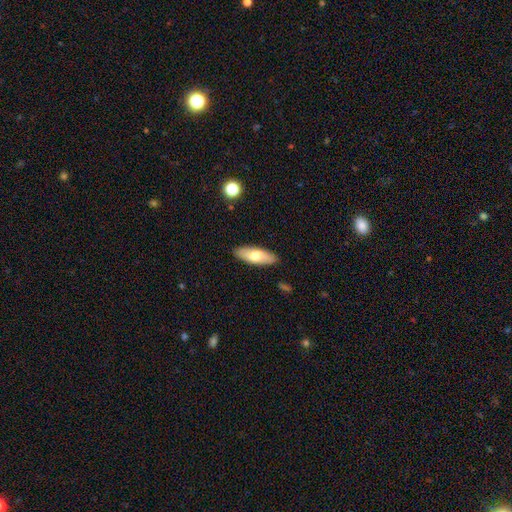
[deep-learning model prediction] smooth 68%, featured or disk 26%, star or artifact 6%. Down the decision tree: how rounded — in between (68%); merging — none (89%).